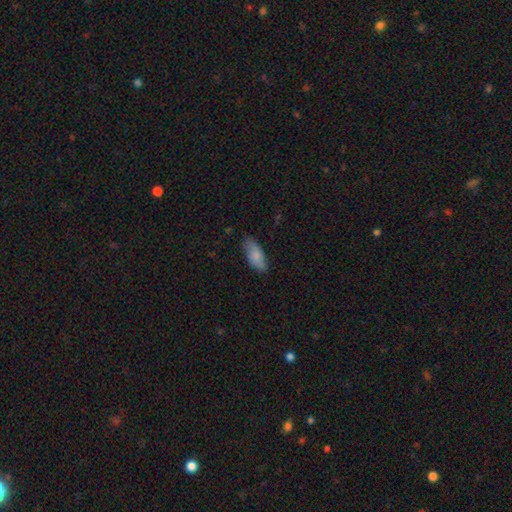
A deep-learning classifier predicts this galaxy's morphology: Smooth or featured?
  - smooth: 78% *
  - featured or disk: 16%
  - star or artifact: 6%
How rounded?
  - in between: 83% *
  - cigar-shaped: 15%
  - round: 2%
Merging?
  - none: 78% *
  - minor disturbance: 18%
  - major disturbance: 3%
  - merger: 1%